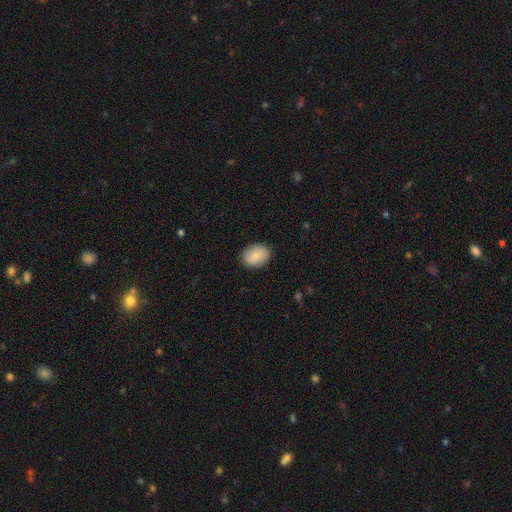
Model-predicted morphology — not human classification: smooth 85%, featured or disk 8%, star or artifact 7%. Down the decision tree: how rounded — in between (64%); merging — none (87%).